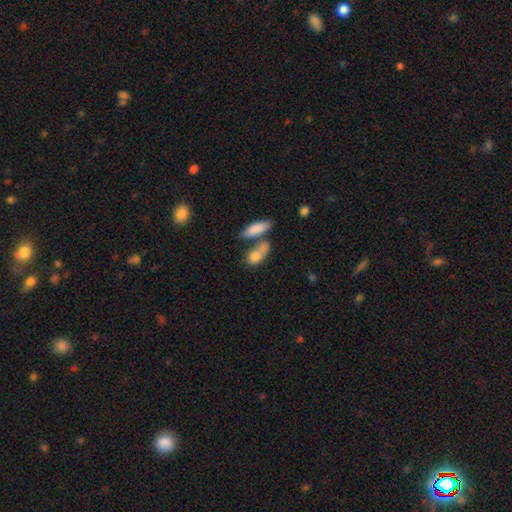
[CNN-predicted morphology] Smooth or featured? Predicted: smooth (p=0.80). How rounded? Predicted: in between (p=0.73). Merging? Predicted: merger (p=0.46).